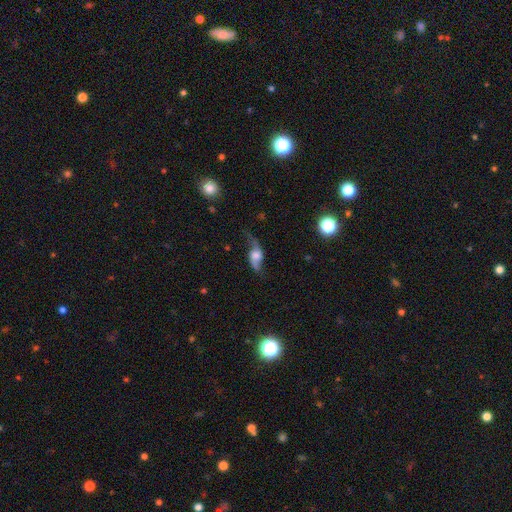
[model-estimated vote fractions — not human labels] Q: Smooth or featured?
A: featured or disk (72%); runner-up: smooth (19%)
Q: Edge-on disk?
A: no (83%); runner-up: yes (17%)
Q: Bar?
A: no (63%); runner-up: weak (29%)
Q: Spiral arms?
A: yes (91%); runner-up: no (9%)
Q: Spiral winding?
A: loose (87%); runner-up: medium (10%)
Q: Spiral arm count?
A: 2 (90%); runner-up: 1 (5%)
Q: Bulge size?
A: moderate (37%); runner-up: large (31%)
Q: Merging?
A: none (57%); runner-up: minor disturbance (23%)